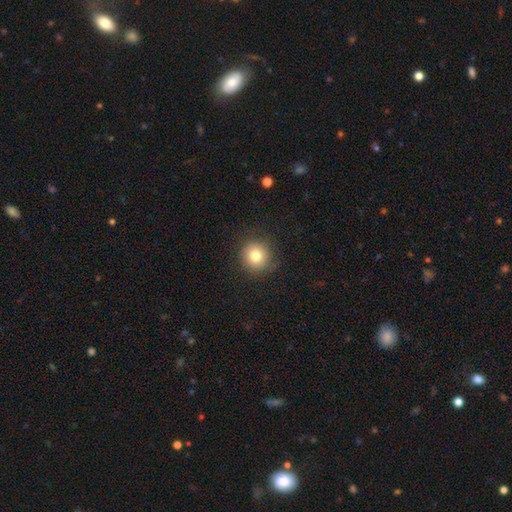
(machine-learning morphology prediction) Smooth or featured?
  - smooth: 80% *
  - star or artifact: 11%
  - featured or disk: 9%
How rounded?
  - round: 93% *
  - in between: 6%
  - cigar-shaped: 1%
Merging?
  - none: 87% *
  - minor disturbance: 9%
  - major disturbance: 3%
  - merger: 1%